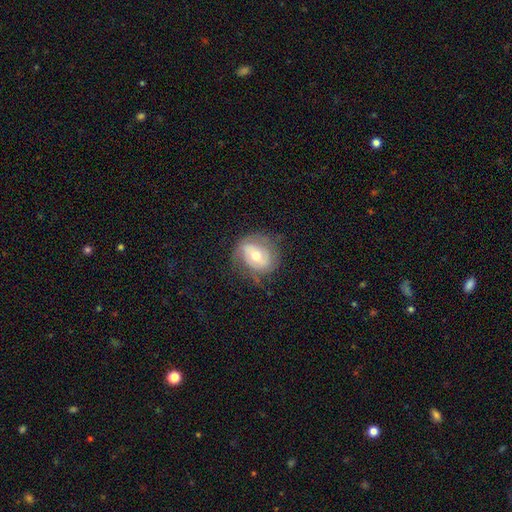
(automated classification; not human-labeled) The model was most divided on "bar": no: 48%, weak: 36%, strong: 16%. More confident: edge-on disk — no (96%); spiral arms — yes (76%); bulge size — moderate (68%); merging — none (64%); smooth or featured — featured or disk (61%).